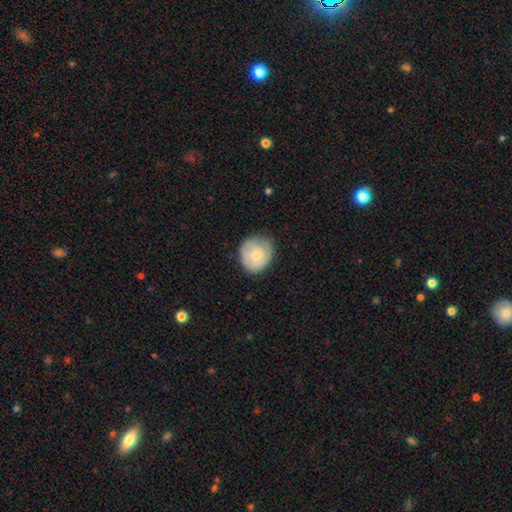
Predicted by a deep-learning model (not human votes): Q: Smooth or featured?
A: smooth (53%); runner-up: featured or disk (41%)
Q: How rounded?
A: round (81%); runner-up: in between (18%)
Q: Merging?
A: none (72%); runner-up: minor disturbance (21%)